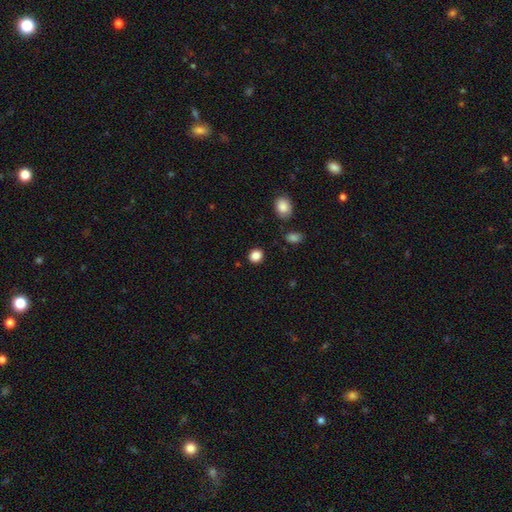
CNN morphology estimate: Smooth or featured? Predicted: smooth (p=0.86). How rounded? Predicted: round (p=0.76). Merging? Predicted: none (p=0.88).